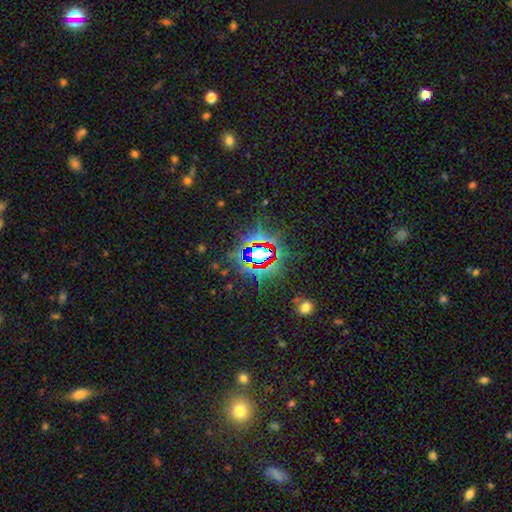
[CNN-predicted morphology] Smooth or featured? star or artifact (75%)